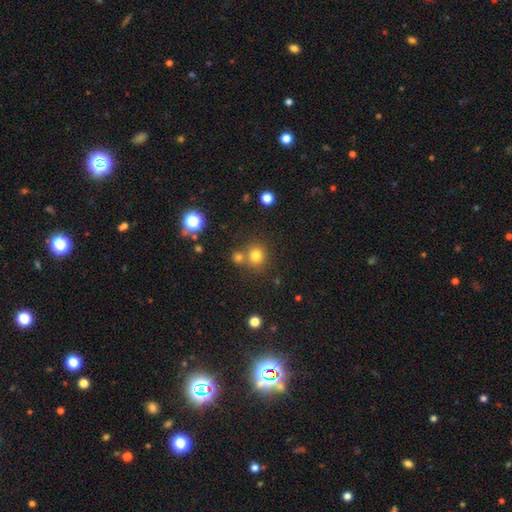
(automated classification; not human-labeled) smooth-or-featured: smooth: 78% | star or artifact: 16% | featured or disk: 7%
  how-rounded: round: 87% | in between: 12% | cigar-shaped: 1%
  merging: none: 66% | merger: 23% | minor disturbance: 8% | major disturbance: 3%